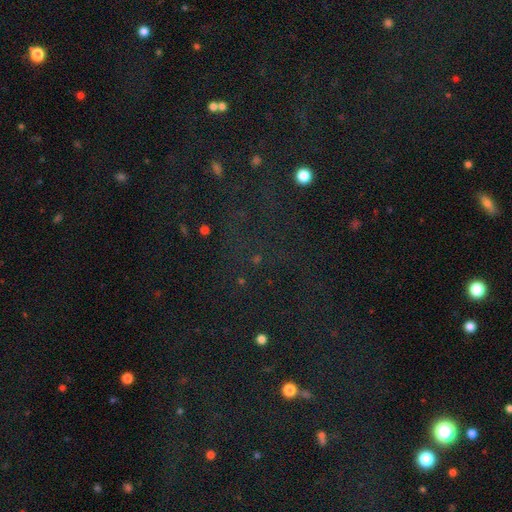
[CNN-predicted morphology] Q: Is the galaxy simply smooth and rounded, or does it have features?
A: star or artifact — 74%.